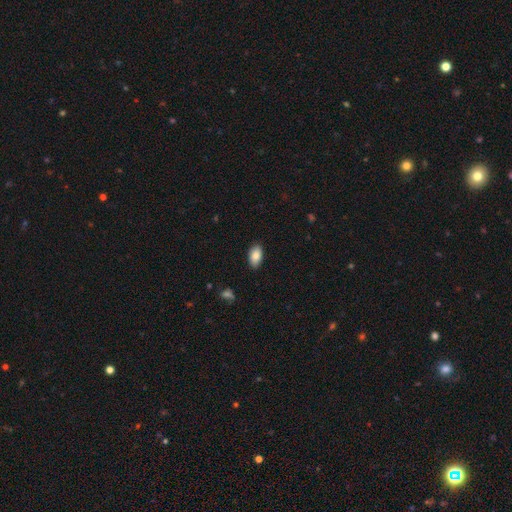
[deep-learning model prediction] This is clearly a smooth galaxy (84%). How rounded: clearly in between (94%). Merging: clearly none (87%).